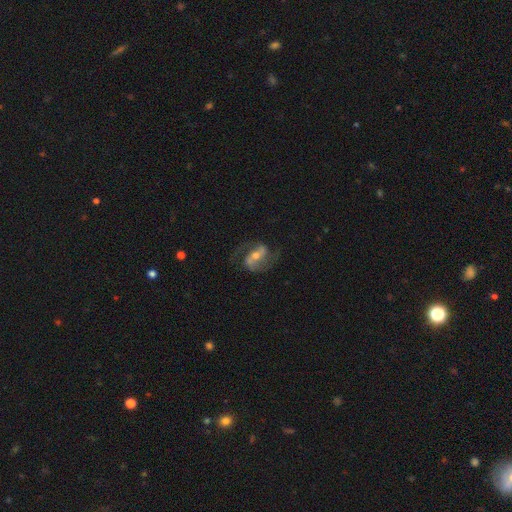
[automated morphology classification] Smooth or featured: featured or disk — 86% (smooth — 9%)
Edge-on disk: no — 97% (yes — 3%)
Bar: strong — 46% (weak — 37%)
Spiral arms: yes — 95% (no — 5%)
Spiral winding: medium — 51% (loose — 35%)
Spiral arm count: 2 — 92% (can't tell — 3%)
Bulge size: moderate — 57% (small — 36%)
Merging: none — 73% (minor disturbance — 15%)